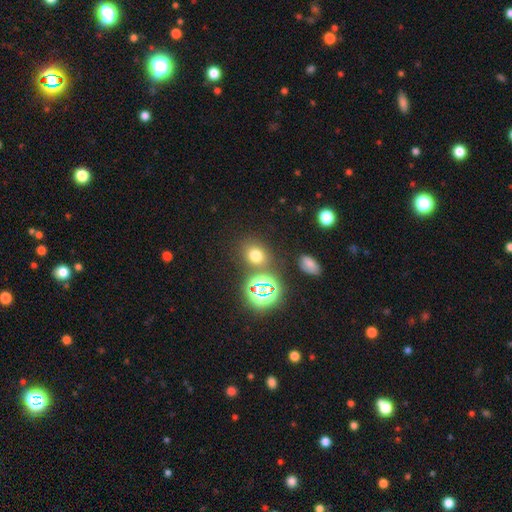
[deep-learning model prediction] smooth 62%, star or artifact 30%, featured or disk 8%. Down the decision tree: how rounded — round (61%); merging — none (77%).